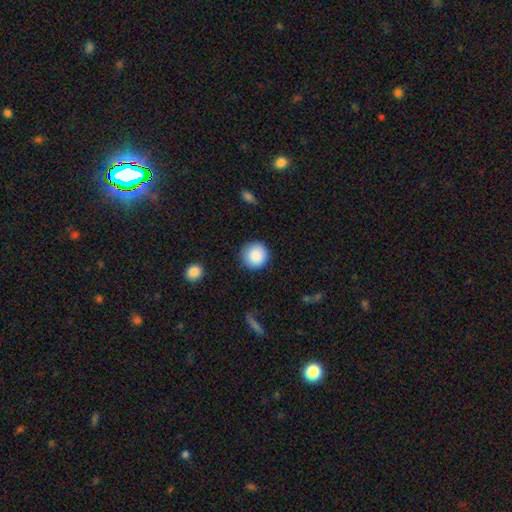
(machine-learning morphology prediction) Smooth or featured: smooth — 88% (star or artifact — 8%)
How rounded: round — 95% (in between — 4%)
Merging: none — 89% (minor disturbance — 8%)